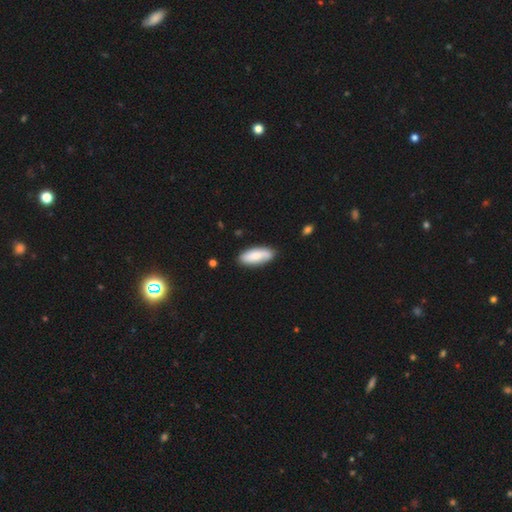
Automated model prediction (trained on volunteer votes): The model was most divided on "smooth or featured": smooth: 70%, featured or disk: 24%, star or artifact: 6%. More confident: merging — none (84%); how rounded — in between (77%).